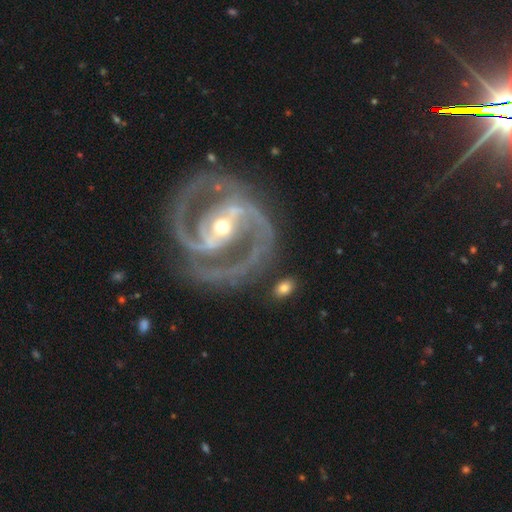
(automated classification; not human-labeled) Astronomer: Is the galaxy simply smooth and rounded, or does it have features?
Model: featured or disk — 93%.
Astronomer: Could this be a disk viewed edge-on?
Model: no — 97%.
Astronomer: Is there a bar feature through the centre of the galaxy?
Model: strong — 62%.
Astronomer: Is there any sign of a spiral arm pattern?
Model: yes — 98%.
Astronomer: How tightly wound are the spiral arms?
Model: medium — 55% (runner-up: tight, 38%).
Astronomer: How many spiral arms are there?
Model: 2 — 91%.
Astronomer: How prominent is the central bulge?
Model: moderate — 52% (runner-up: small, 43%).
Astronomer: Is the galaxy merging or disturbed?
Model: none — 75%.